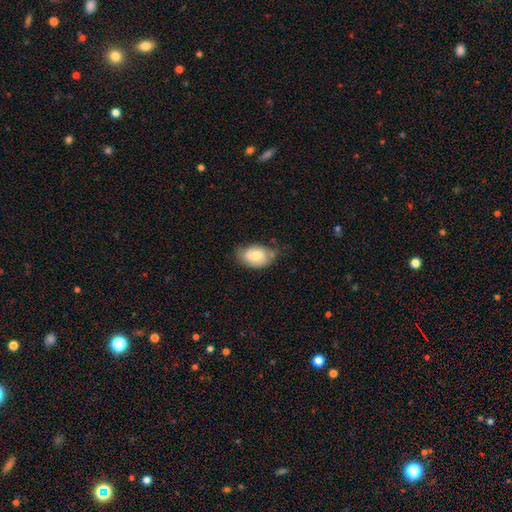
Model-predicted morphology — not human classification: smooth_or_featured: smooth (p=0.57) [alt: featured or disk p=0.36]
how_rounded: in between (p=0.85) [alt: round p=0.14]
merging: none (p=0.56) [alt: minor disturbance p=0.33]